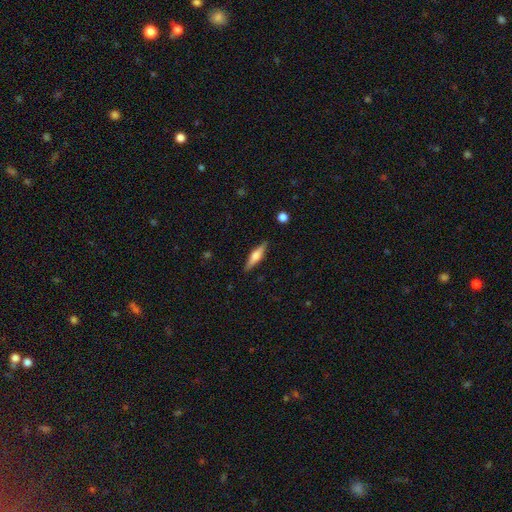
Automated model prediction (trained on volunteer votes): Smooth or featured?
  - featured or disk: 50% *
  - smooth: 44%
  - star or artifact: 6%
Merging?
  - none: 88% *
  - minor disturbance: 9%
  - major disturbance: 2%
  - merger: 1%